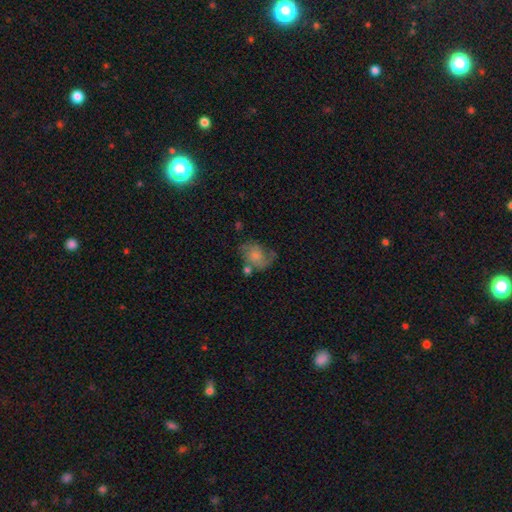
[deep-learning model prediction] Morphology: type=smooth (55%); roundness=in between (60%); merging=none (41%).